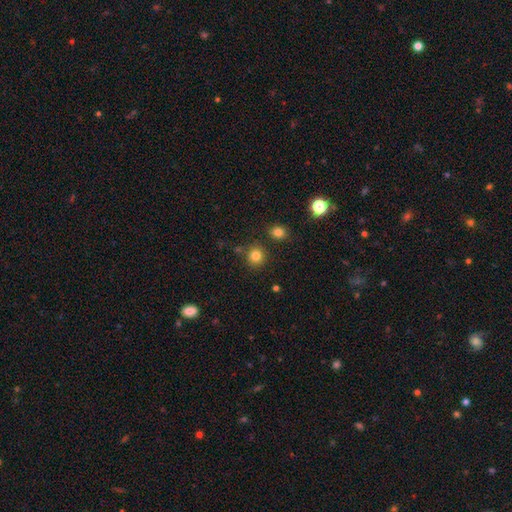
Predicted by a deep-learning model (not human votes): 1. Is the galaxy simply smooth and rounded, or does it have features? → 82% smooth, 13% star or artifact, 5% featured or disk.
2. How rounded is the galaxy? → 91% round, 8% in between, 1% cigar-shaped.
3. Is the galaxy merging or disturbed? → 84% none, 8% minor disturbance, 6% merger, 3% major disturbance.